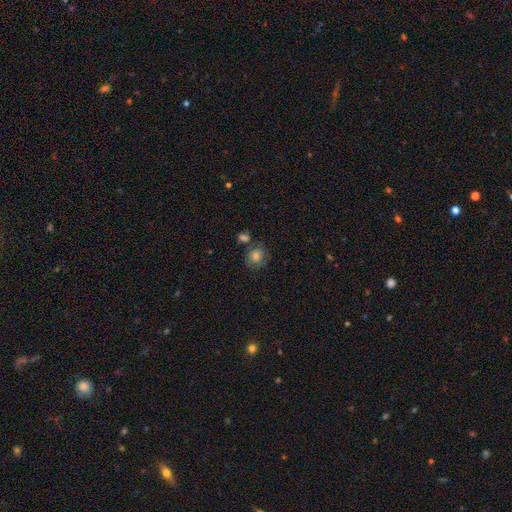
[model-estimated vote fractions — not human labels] Smooth or featured? Predicted: smooth (p=0.67). How rounded? Predicted: round (p=0.75). Merging? Predicted: none (p=0.67).